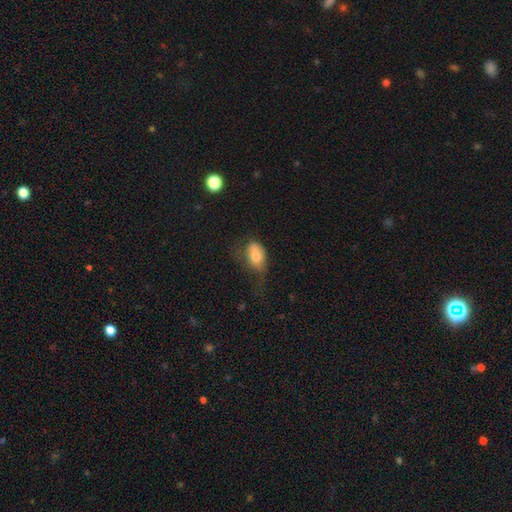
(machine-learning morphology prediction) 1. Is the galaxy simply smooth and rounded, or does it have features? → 71% smooth, 21% featured or disk, 8% star or artifact.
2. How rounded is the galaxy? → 86% in between, 12% round, 3% cigar-shaped.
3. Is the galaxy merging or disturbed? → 33% minor disturbance (tied), 33% major disturbance (tied), 31% none, 3% merger.